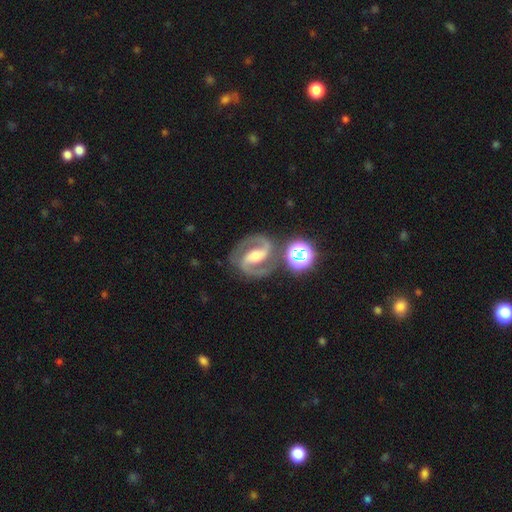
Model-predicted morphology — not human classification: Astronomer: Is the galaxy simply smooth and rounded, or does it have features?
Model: featured or disk — 78%.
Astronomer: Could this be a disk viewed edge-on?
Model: no — 96%.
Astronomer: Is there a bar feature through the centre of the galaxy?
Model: weak — 41% (runner-up: strong, 36%).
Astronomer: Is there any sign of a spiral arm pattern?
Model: yes — 86%.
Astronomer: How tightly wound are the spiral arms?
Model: medium — 47% (runner-up: tight, 38%).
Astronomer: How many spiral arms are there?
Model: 2 — 88%.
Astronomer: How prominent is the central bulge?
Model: moderate — 58%.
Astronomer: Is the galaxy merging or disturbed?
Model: none — 70%.